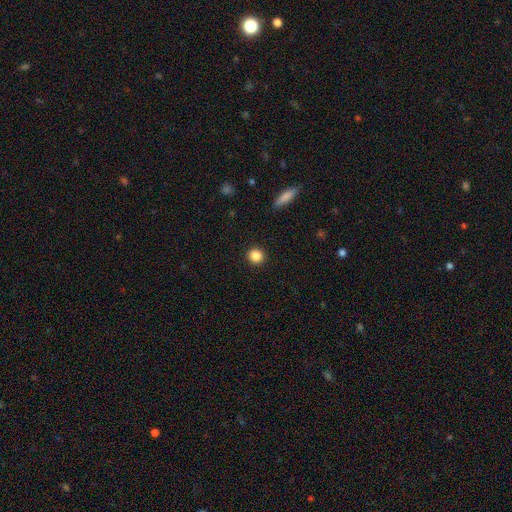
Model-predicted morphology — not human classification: A smooth galaxy with no disk features (86%) that is round (90%). Merging: none (92%).